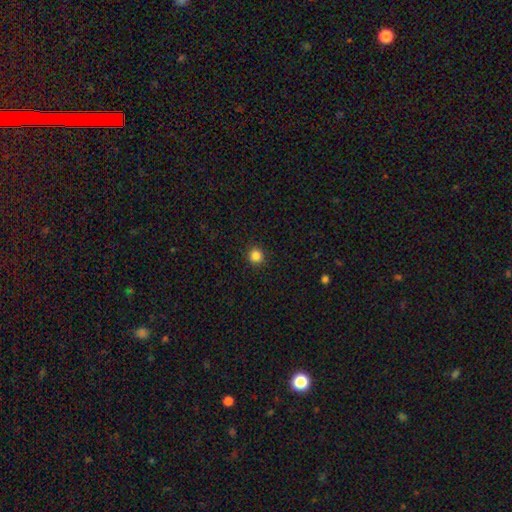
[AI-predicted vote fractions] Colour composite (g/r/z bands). It shows a smooth galaxy with no disk features (85%) that is round (93%). Merging: none (92%).